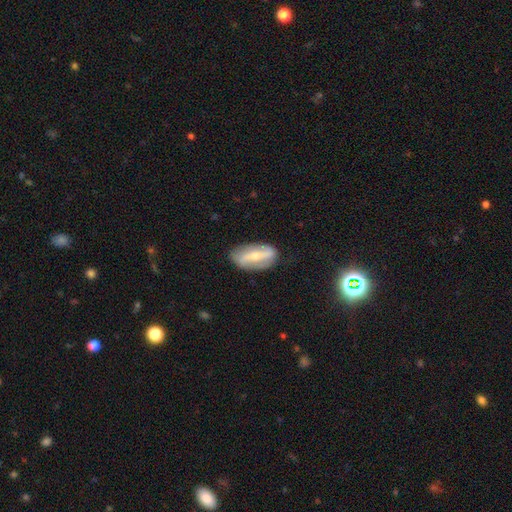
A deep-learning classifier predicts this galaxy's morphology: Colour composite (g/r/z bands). It shows a featured or disk galaxy (70%) with a strong bar (56%), spiral arms (75%) and a small central bulge (56%). Merging: none (81%).